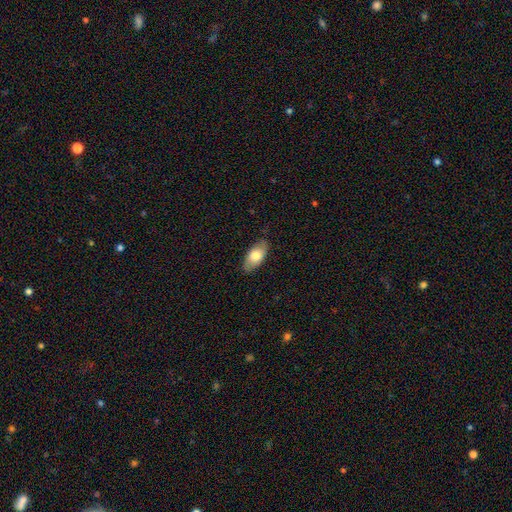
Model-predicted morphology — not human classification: Q: Smooth or featured?
A: smooth (71%); runner-up: featured or disk (23%)
Q: How rounded?
A: in between (91%); runner-up: cigar-shaped (5%)
Q: Merging?
A: none (81%); runner-up: minor disturbance (15%)